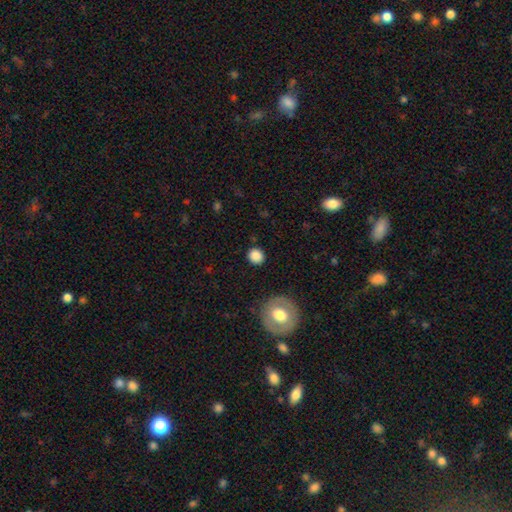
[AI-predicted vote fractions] A smooth galaxy with no disk features (85%) that is round (84%).

Vote fractions:
- Smooth or featured? smooth: 85% / star or artifact: 9% / featured or disk: 5%
- How rounded? round: 84% / in between: 15% / cigar-shaped: 1%
- Merging? none: 87% / minor disturbance: 8% / major disturbance: 3% / merger: 2%